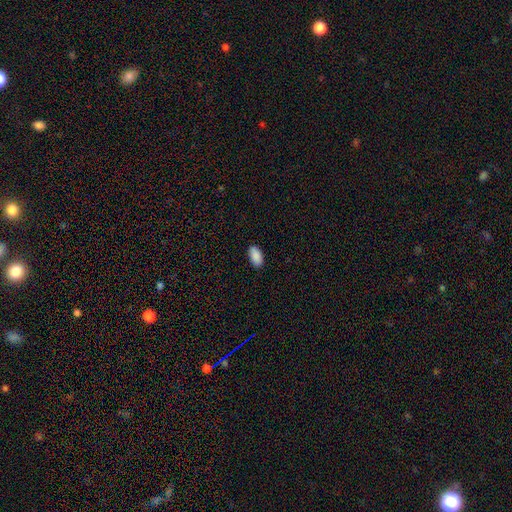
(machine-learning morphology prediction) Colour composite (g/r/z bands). It shows a smooth galaxy with no disk features (91%) that is in between round and cigar-shaped (95%). Merging: none (89%).